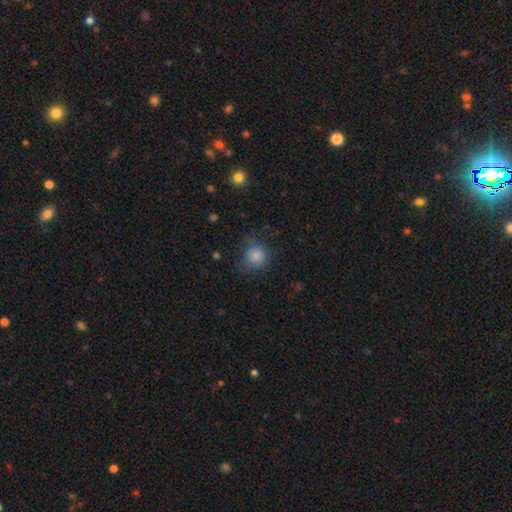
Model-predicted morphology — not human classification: type=smooth (82%); roundness=round (85%); merging=none (67%).